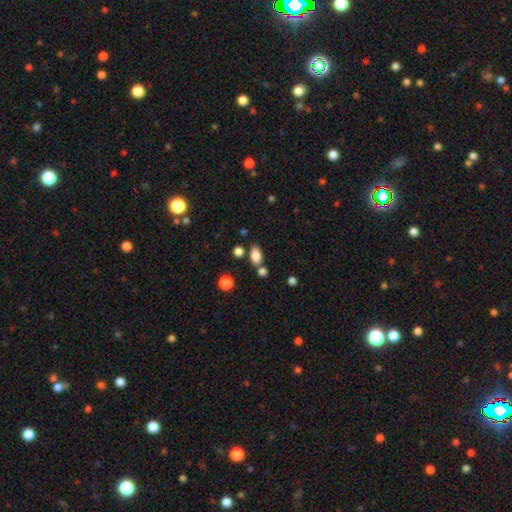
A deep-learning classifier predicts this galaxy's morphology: A smooth galaxy with no disk features (83%) that is in between round and cigar-shaped (87%).

Vote fractions:
- Smooth or featured? smooth: 83% / star or artifact: 10% / featured or disk: 6%
- How rounded? in between: 87% / round: 10% / cigar-shaped: 3%
- Merging? none: 67% / merger: 16% / minor disturbance: 13% / major disturbance: 4%